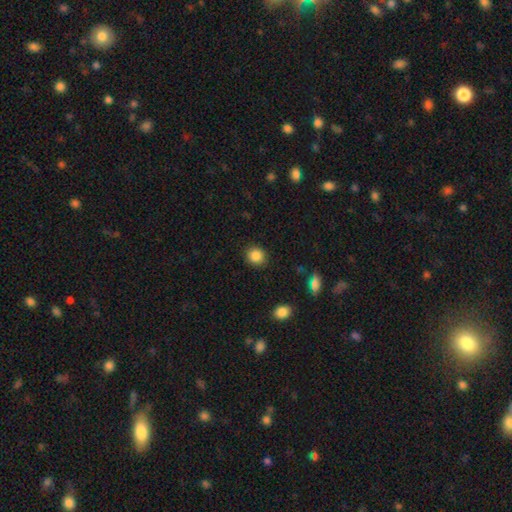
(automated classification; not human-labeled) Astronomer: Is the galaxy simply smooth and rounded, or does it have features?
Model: smooth — 86%.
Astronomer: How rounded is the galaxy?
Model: round — 83%.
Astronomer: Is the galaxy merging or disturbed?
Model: none — 90%.